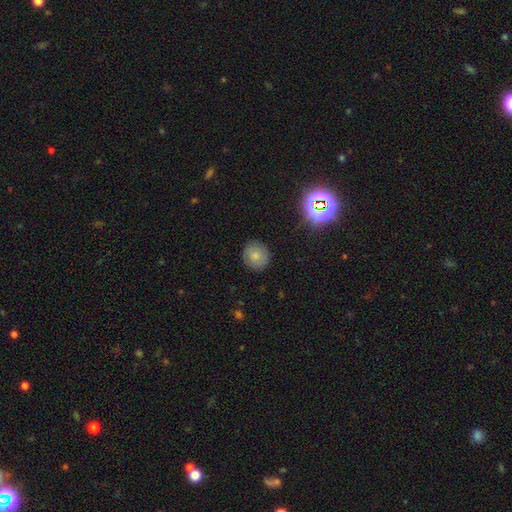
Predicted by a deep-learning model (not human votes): smooth 79%, star or artifact 11%, featured or disk 10%. Down the decision tree: how rounded — round (87%); merging — none (88%).